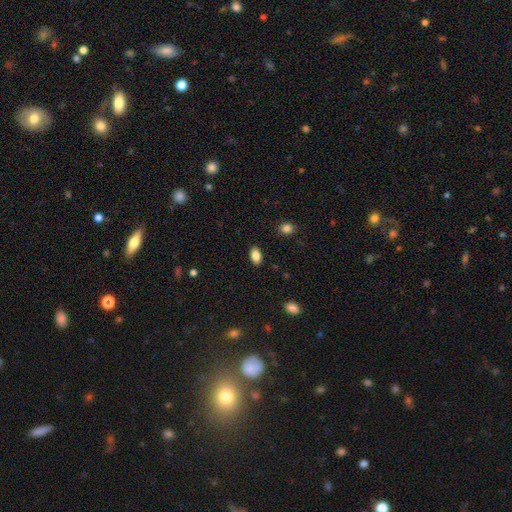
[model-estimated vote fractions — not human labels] Morphology: type=smooth (86%); roundness=in between (90%); merging=none (89%).